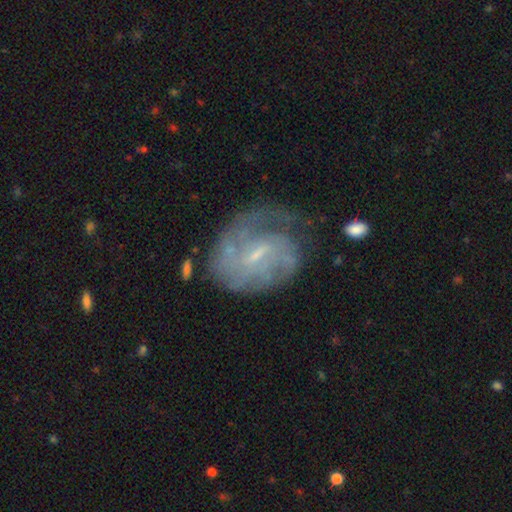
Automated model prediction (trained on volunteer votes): smooth-or-featured: featured or disk: 78% | smooth: 15% | star or artifact: 7%
  disk-edge-on: no: 97% | yes: 3%
    bar: weak: 59% | no: 27% | strong: 14%
    has-spiral-arms: yes: 87% | no: 13%
      spiral-winding: tight: 52% | medium: 34% | loose: 15%
      spiral-arm-count: can't tell: 45% | 2: 21% | 1: 13% | 3: 11% | 4: 6% | more than 4: 4%
    bulge-size: small: 69% | moderate: 18% | none: 11% | large: 1% | dominant: 1%
  merging: none: 53% | minor disturbance: 24% | major disturbance: 20% | merger: 3%